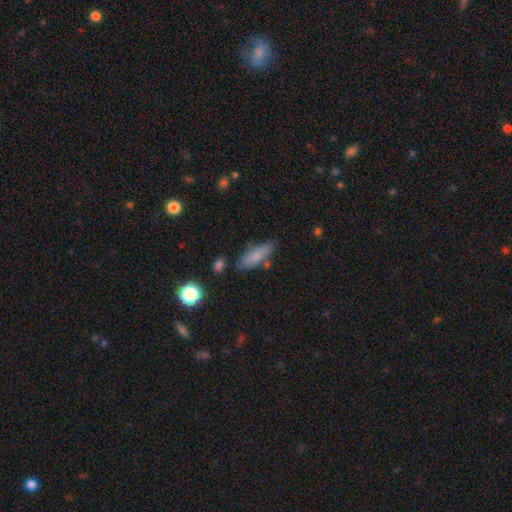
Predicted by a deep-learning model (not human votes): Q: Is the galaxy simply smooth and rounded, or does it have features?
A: smooth — 80%.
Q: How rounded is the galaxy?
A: in between — 58%.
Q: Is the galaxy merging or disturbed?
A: none — 69%.